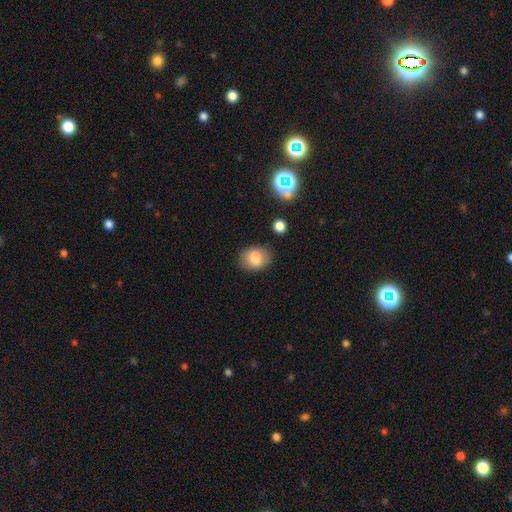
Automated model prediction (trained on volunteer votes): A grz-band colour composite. It shows a smooth galaxy with no disk features (79%) that is in between round and cigar-shaped (63%). Merging: none (80%).